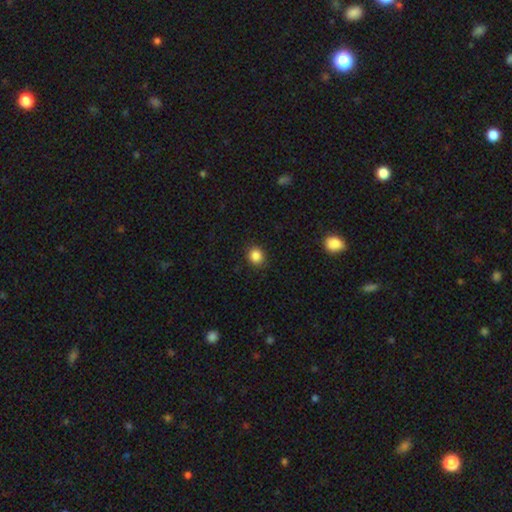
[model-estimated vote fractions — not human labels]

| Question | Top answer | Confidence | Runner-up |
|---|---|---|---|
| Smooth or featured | smooth | 86% | star or artifact (11%) |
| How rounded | round | 82% | in between (17%) |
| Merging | none | 89% | minor disturbance (8%) |